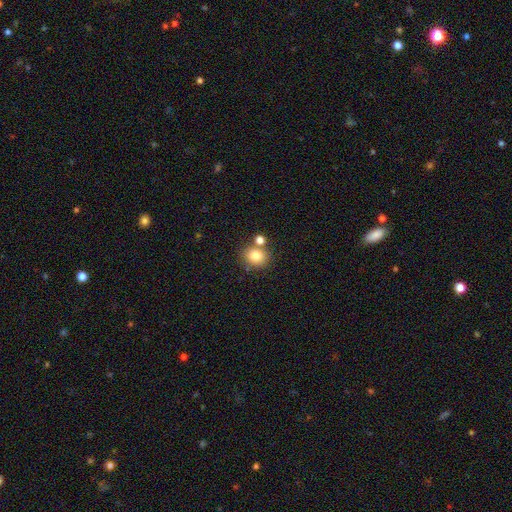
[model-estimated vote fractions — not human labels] smooth-or-featured: smooth: 81% | star or artifact: 11% | featured or disk: 7%
  how-rounded: round: 73% | in between: 27% | cigar-shaped: 1%
  merging: none: 68% | merger: 19% | minor disturbance: 10% | major disturbance: 3%